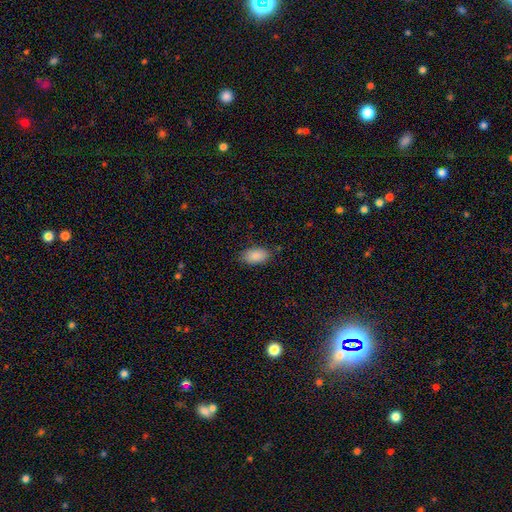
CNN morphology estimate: The model was most divided on "merging": none: 83%, minor disturbance: 13%, major disturbance: 3%, merger: 1%. More confident: how rounded — in between (93%); smooth or featured — smooth (89%).